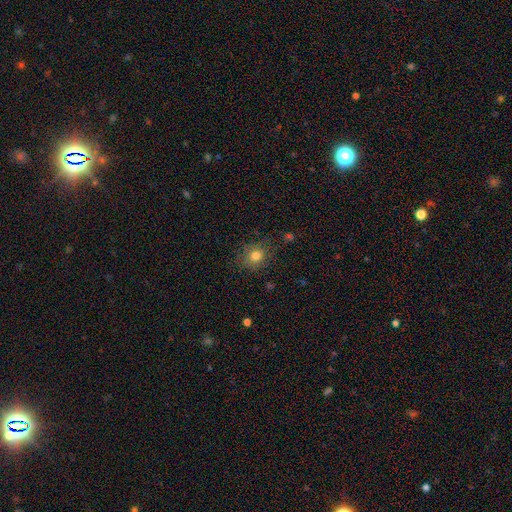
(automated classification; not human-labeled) Smooth or featured? smooth (78%)
How rounded? round (70%)
Merging? none (78%)